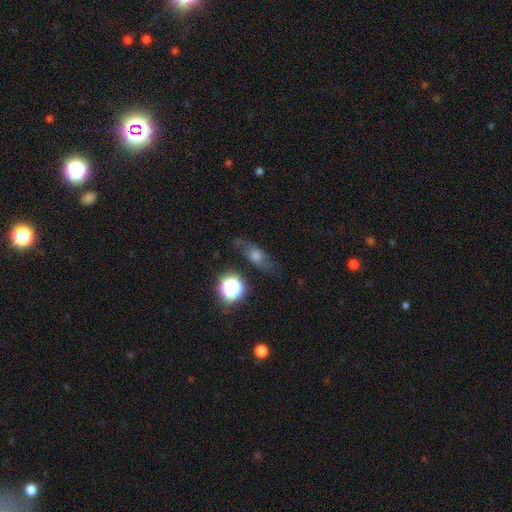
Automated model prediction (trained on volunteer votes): Smooth or featured? Predicted: smooth (p=0.42). Merging? Predicted: none (p=0.71).